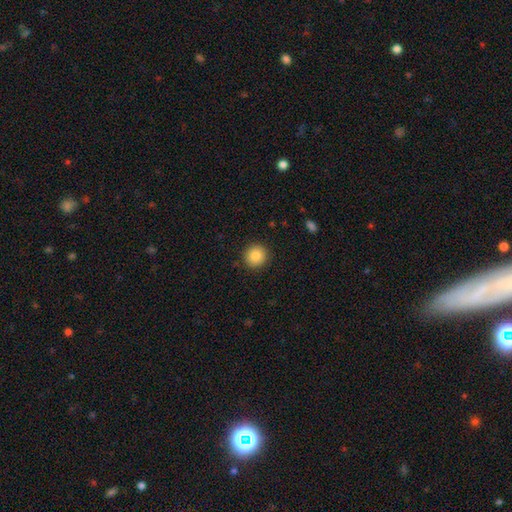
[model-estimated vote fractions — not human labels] Overall: smooth (87%). How rounded: round (93%). Merging: none (91%).